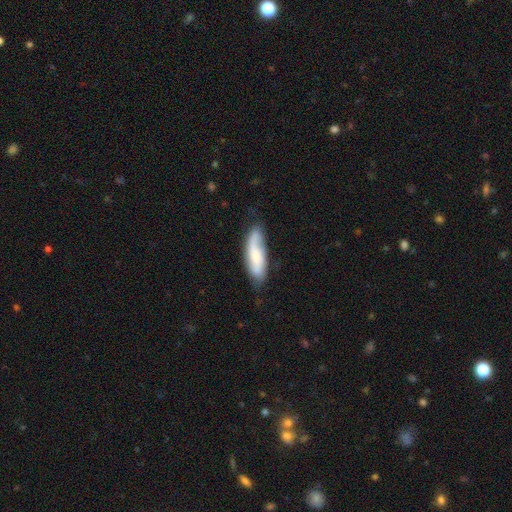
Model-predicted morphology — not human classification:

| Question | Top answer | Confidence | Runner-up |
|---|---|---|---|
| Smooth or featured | smooth | 54% | featured or disk (40%) |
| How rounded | in between | 51% | cigar-shaped (47%) |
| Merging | none | 64% | minor disturbance (26%) |